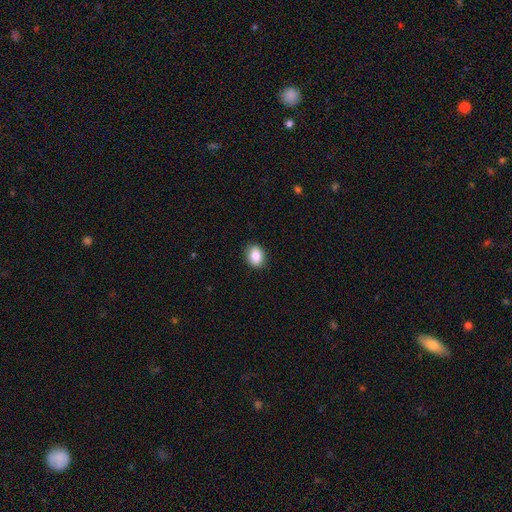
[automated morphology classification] Smooth or featured: smooth — 87% (star or artifact — 8%)
How rounded: in between — 64% (round — 35%)
Merging: none — 89% (minor disturbance — 8%)